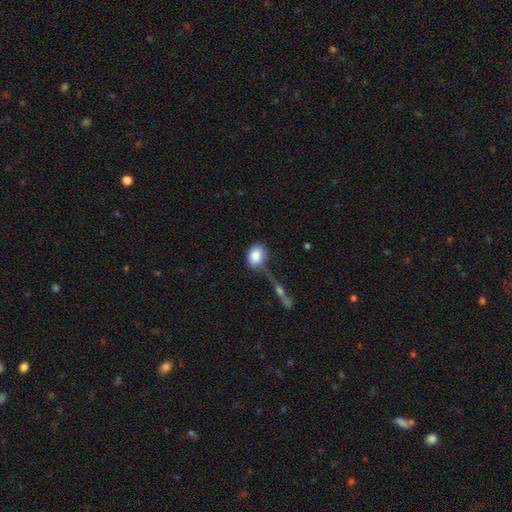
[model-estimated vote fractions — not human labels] The model was most divided on "merging": none: 47%, minor disturbance: 22%, merger: 20%, major disturbance: 12%. More confident: smooth or featured — smooth (83%); how rounded — in between (70%).